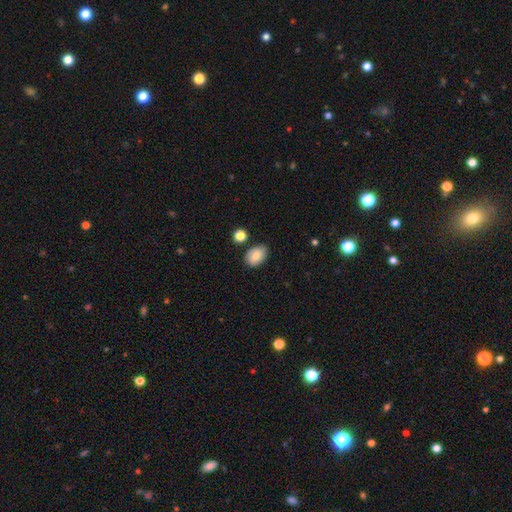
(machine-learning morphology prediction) Smooth or featured: smooth — 84% (featured or disk — 8%)
How rounded: in between — 83% (round — 16%)
Merging: none — 79% (minor disturbance — 14%)